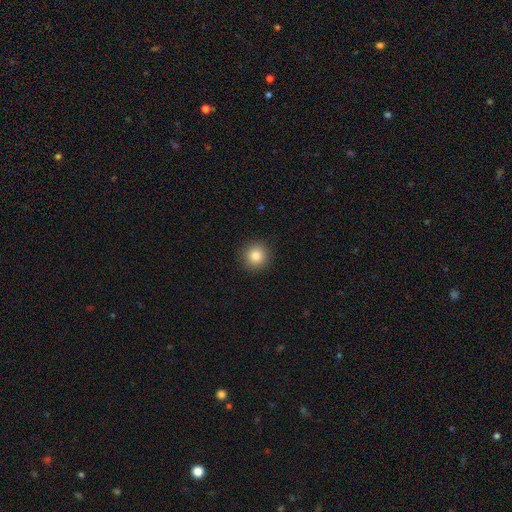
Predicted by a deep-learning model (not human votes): Q: Smooth or featured?
A: smooth (84%); runner-up: star or artifact (10%)
Q: How rounded?
A: round (94%); runner-up: in between (5%)
Q: Merging?
A: none (92%); runner-up: minor disturbance (5%)